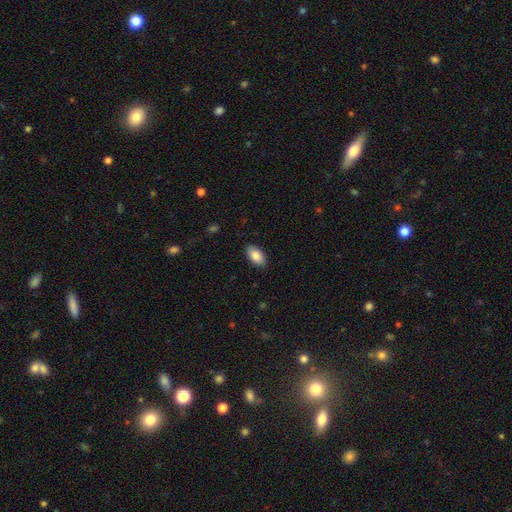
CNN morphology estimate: A smooth galaxy with no disk features (85%) that is in between round and cigar-shaped (94%).

Vote fractions:
- Smooth or featured? smooth: 85% / featured or disk: 9% / star or artifact: 7%
- How rounded? in between: 94% / round: 4% / cigar-shaped: 2%
- Merging? none: 87% / minor disturbance: 10% / major disturbance: 2% / merger: 1%